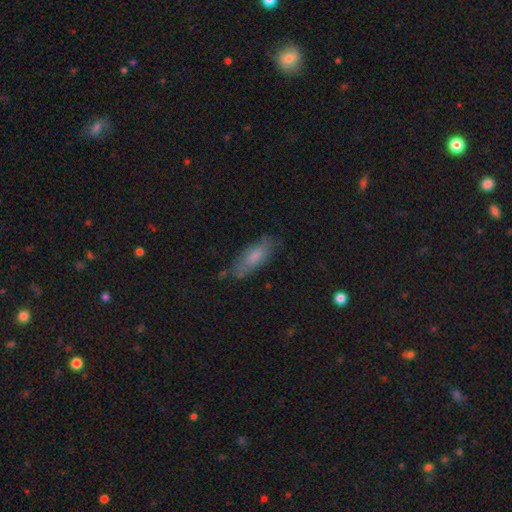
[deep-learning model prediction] Smooth or featured? Predicted: smooth (p=0.67). How rounded? Predicted: in between (p=0.59). Merging? Predicted: none (p=0.72).